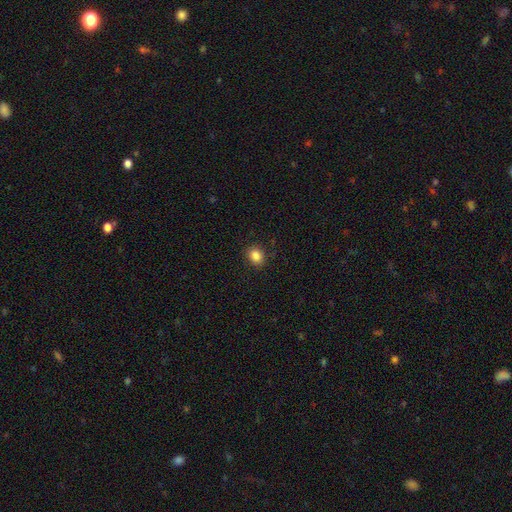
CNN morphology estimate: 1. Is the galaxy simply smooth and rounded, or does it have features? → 85% smooth, 10% star or artifact, 4% featured or disk.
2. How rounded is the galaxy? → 55% round, 44% in between, 1% cigar-shaped.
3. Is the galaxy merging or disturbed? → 89% none, 8% minor disturbance, 2% major disturbance, 1% merger.